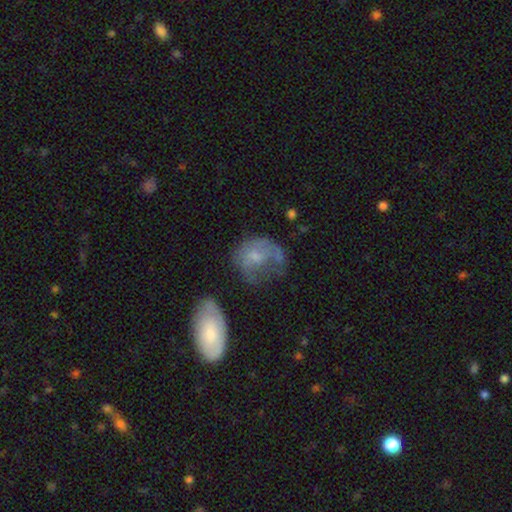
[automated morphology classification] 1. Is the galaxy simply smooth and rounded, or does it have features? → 51% smooth, 40% featured or disk, 9% star or artifact.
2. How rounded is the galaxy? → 51% in between, 47% round, 2% cigar-shaped.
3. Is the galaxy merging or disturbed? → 35% major disturbance, 33% none, 26% minor disturbance, 6% merger.